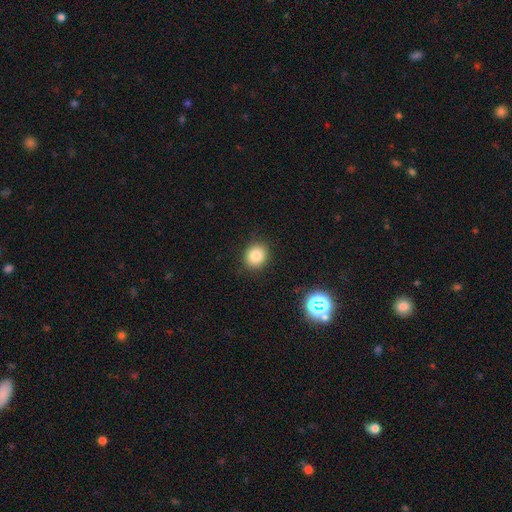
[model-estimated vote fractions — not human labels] A smooth galaxy with no disk features (83%) that is round (66%). Merging: none (87%).